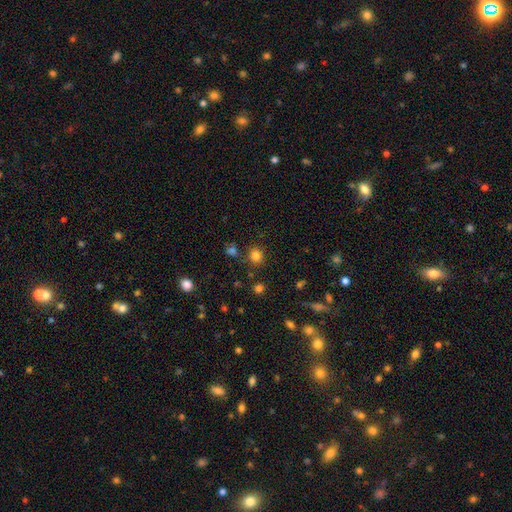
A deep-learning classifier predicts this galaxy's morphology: Smooth or featured? Predicted: smooth (p=0.80). How rounded? Predicted: round (p=0.83). Merging? Predicted: none (p=0.81).